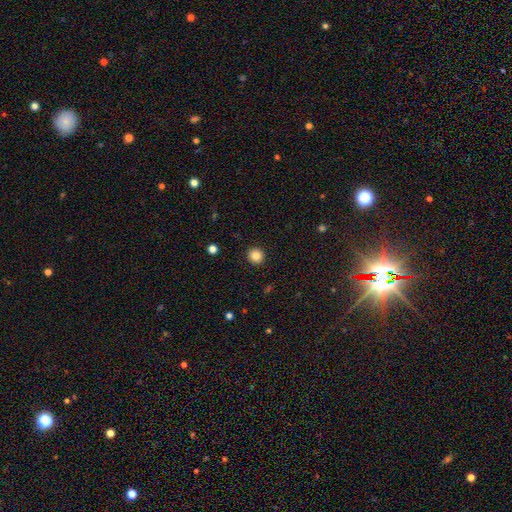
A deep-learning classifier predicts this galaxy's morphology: The model was most divided on "smooth or featured": smooth: 84%, star or artifact: 11%, featured or disk: 5%. More confident: how rounded — round (93%); merging — none (93%).